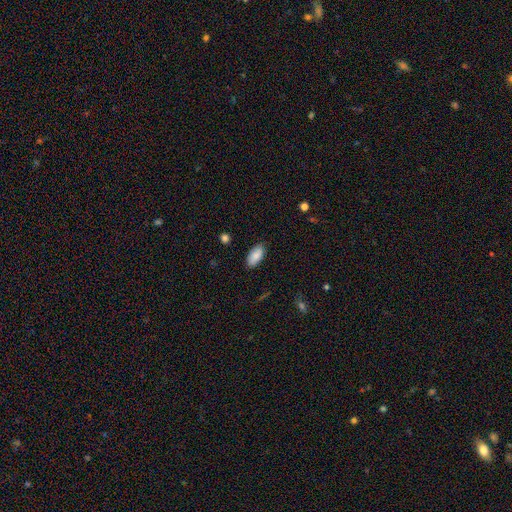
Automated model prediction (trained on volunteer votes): Smooth or featured: smooth — 85% (featured or disk — 8%)
How rounded: in between — 92% (cigar-shaped — 6%)
Merging: none — 84% (minor disturbance — 13%)